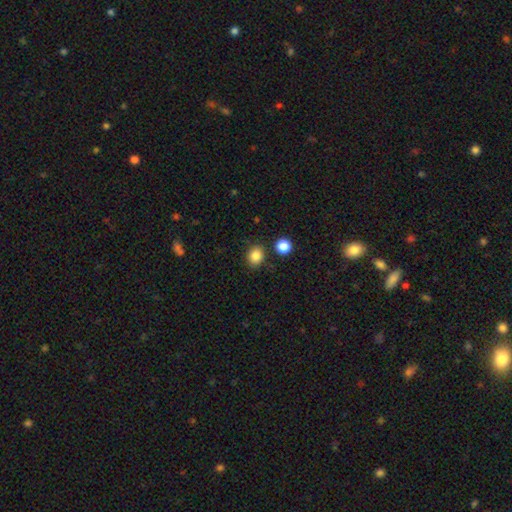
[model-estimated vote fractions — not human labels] A smooth galaxy with no disk features (85%) that is round (55%). Merging: none (81%).